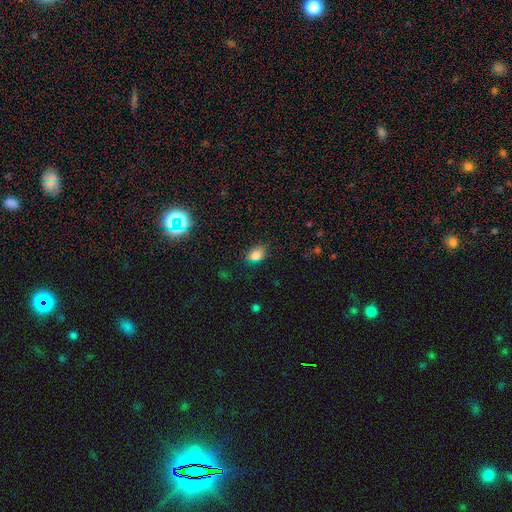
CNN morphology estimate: Overall: smooth (76%). How rounded: in between (65%; round 33%). Merging: none (73%).